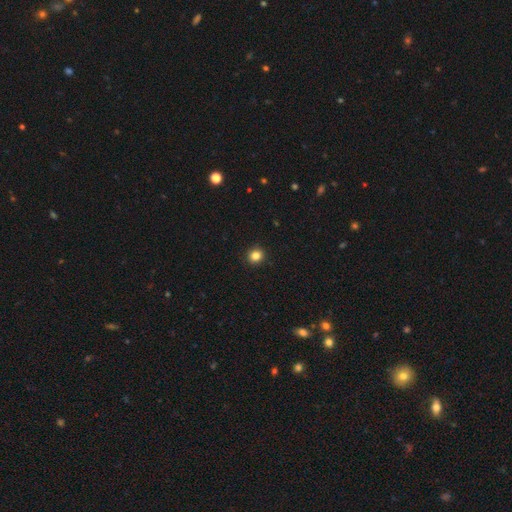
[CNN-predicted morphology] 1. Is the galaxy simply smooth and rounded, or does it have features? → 84% smooth, 12% star or artifact, 4% featured or disk.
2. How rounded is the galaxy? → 85% round, 14% in between, 1% cigar-shaped.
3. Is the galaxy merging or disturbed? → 92% none, 6% minor disturbance, 2% major disturbance, 1% merger.